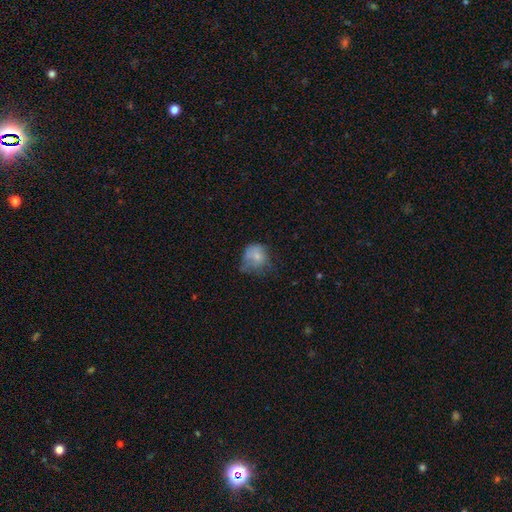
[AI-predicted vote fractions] Smooth or featured?
  - smooth: 68% *
  - featured or disk: 21%
  - star or artifact: 11%
How rounded?
  - round: 69% *
  - in between: 31%
  - cigar-shaped: 1%
Merging?
  - none: 37% *
  - minor disturbance: 32%
  - major disturbance: 26%
  - merger: 4%